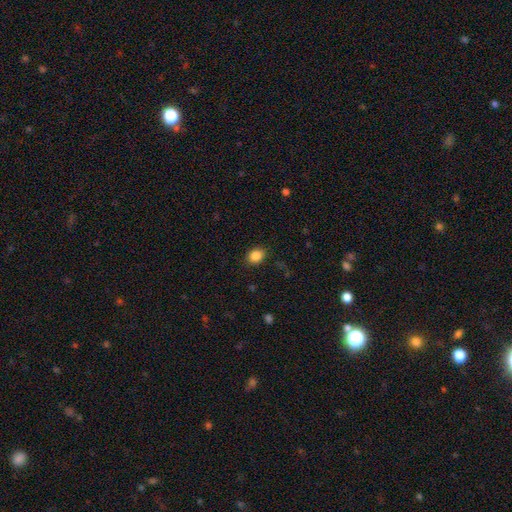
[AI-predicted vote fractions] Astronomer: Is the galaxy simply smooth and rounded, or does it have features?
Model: smooth — 86%.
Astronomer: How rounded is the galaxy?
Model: in between — 51% (runner-up: round, 48%).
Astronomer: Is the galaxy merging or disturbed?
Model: none — 87%.